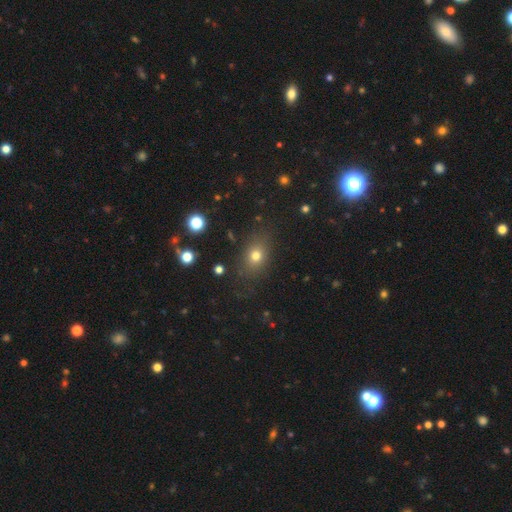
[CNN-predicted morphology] type=smooth (73%); roundness=in between (58%); merging=none (79%).